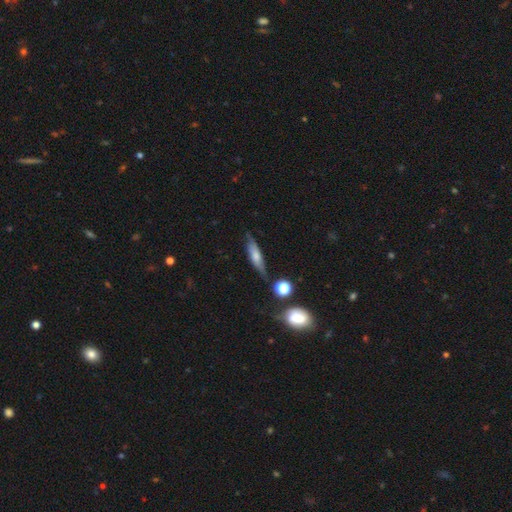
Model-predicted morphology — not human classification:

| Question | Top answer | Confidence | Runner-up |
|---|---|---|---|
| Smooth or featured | smooth | 52% | featured or disk (39%) |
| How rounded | cigar-shaped | 67% | in between (29%) |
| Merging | none | 70% | minor disturbance (20%) |